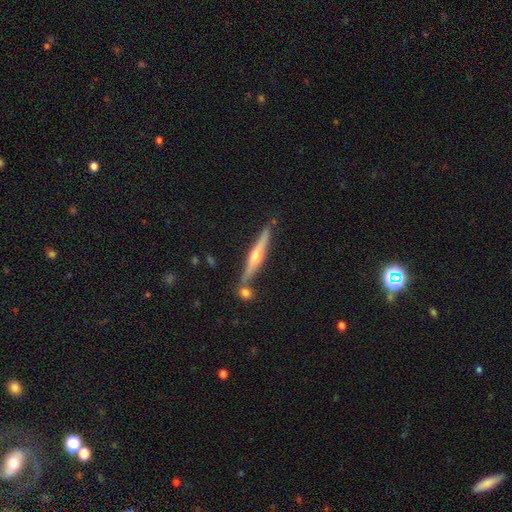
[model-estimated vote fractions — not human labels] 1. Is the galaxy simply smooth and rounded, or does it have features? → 75% featured or disk, 19% smooth, 6% star or artifact.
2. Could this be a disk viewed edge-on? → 97% yes, 3% no.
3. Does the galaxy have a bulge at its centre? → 90% rounded, 6% none, 4% boxy.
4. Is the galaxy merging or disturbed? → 80% none, 9% minor disturbance, 9% merger, 2% major disturbance.